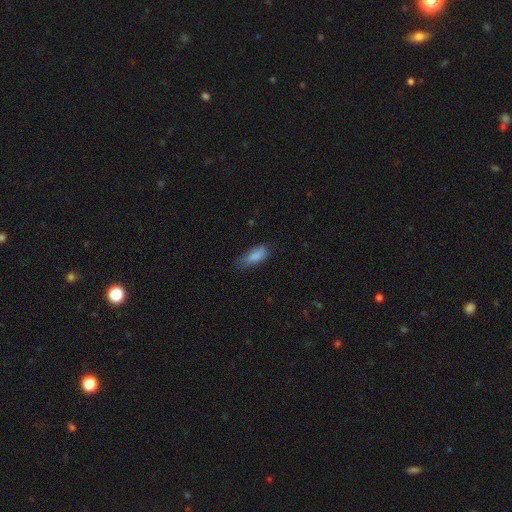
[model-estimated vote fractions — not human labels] smooth 83%, featured or disk 9%, star or artifact 7%. Down the decision tree: how rounded — in between (76%); merging — none (55%).